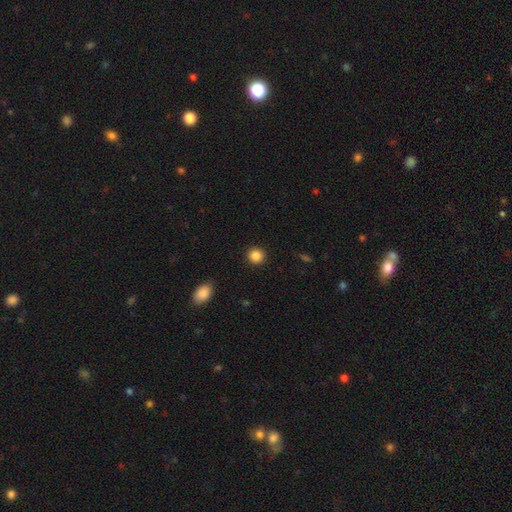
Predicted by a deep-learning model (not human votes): smooth 87%, star or artifact 10%, featured or disk 3%. Down the decision tree: how rounded — round (91%); merging — none (91%).